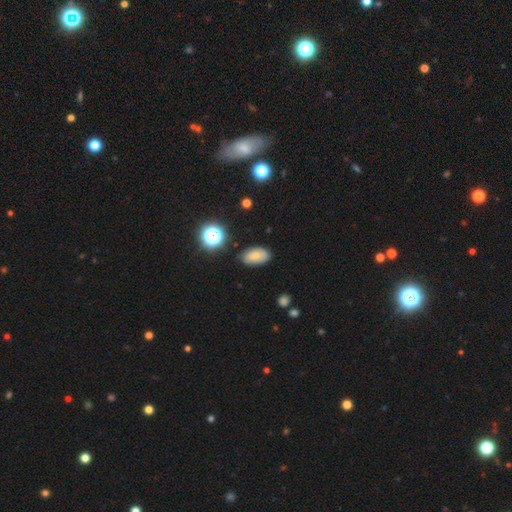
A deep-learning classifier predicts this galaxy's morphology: This appears to be a smooth galaxy with no disk features (70%) that is in between round and cigar-shaped (91%). Merging: none (78%).